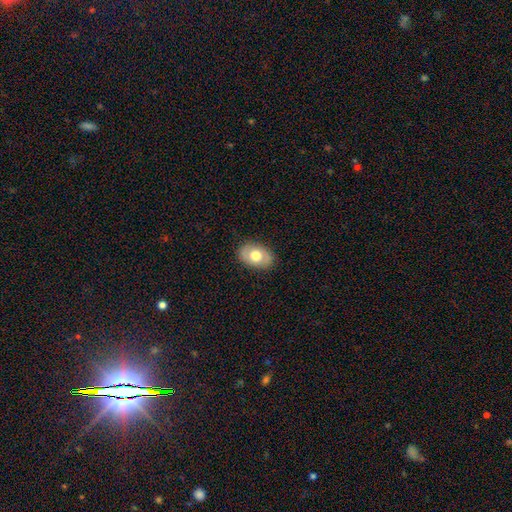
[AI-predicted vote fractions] smooth_or_featured: smooth (p=0.60) [alt: featured or disk p=0.34]
how_rounded: in between (p=0.79) [alt: round p=0.19]
merging: none (p=0.85) [alt: minor disturbance p=0.11]